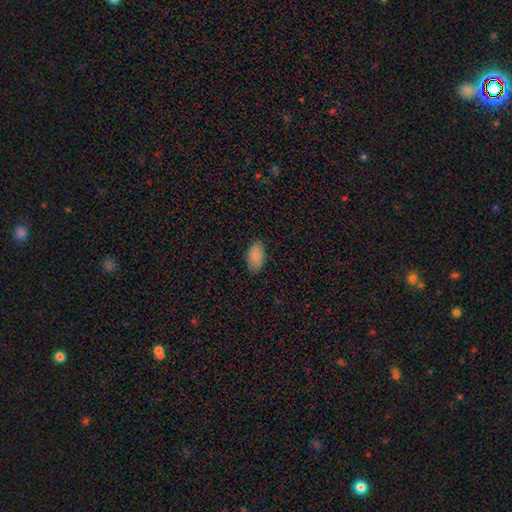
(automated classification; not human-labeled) The model was most divided on "merging": none: 86%, minor disturbance: 11%, major disturbance: 2%, merger: 1%. More confident: how rounded — in between (94%); smooth or featured — smooth (88%).